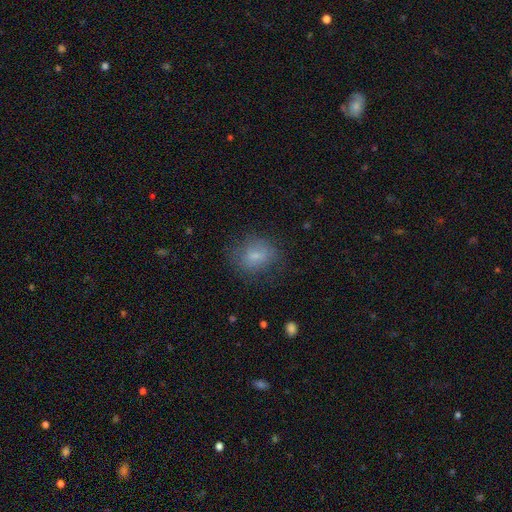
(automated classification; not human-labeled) Overall: smooth (72%). How rounded: round (51%; in between 47%). Merging: none (66%).